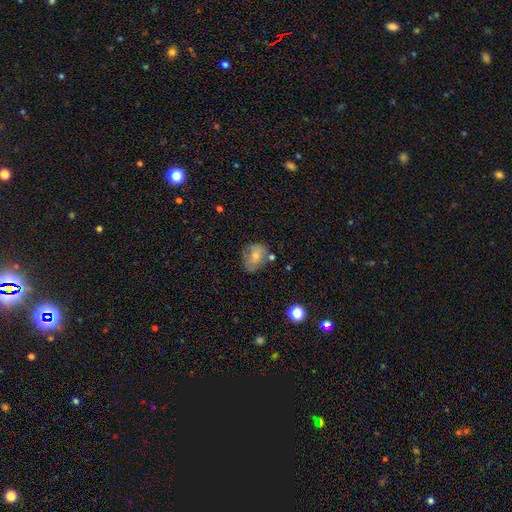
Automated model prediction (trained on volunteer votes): smooth-or-featured: smooth: 64% | featured or disk: 26% | star or artifact: 9%
  how-rounded: in between: 59% | round: 39% | cigar-shaped: 1%
  merging: none: 53% | minor disturbance: 28% | major disturbance: 10% | merger: 9%